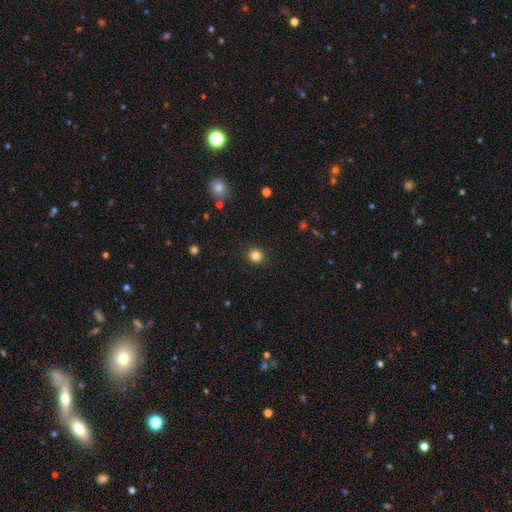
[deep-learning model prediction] Morphology: type=smooth (84%); roundness=round (89%); merging=none (91%).